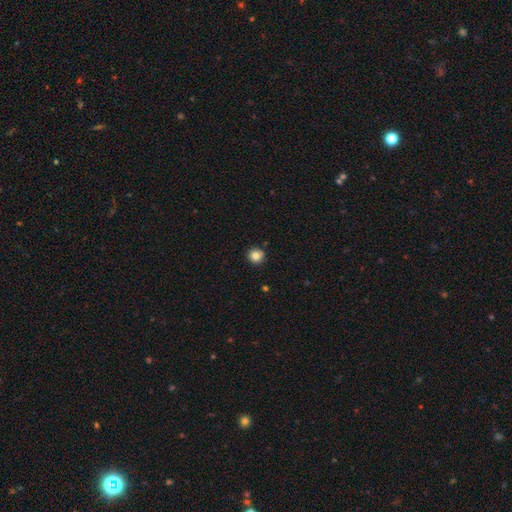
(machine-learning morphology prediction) type=smooth (83%); roundness=round (95%); merging=none (89%).